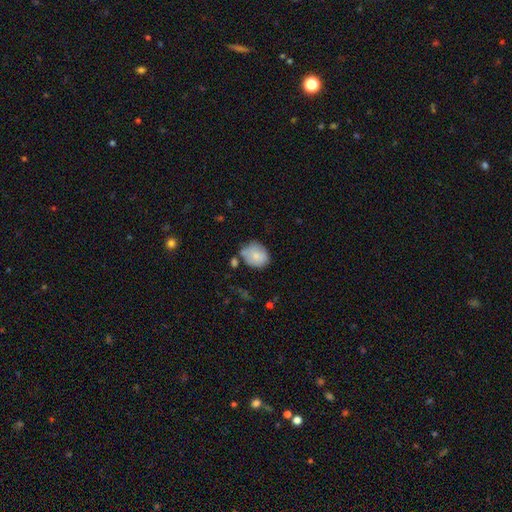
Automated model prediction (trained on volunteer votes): Q: Smooth or featured?
A: smooth (80%); runner-up: featured or disk (12%)
Q: How rounded?
A: round (58%); runner-up: in between (41%)
Q: Merging?
A: none (56%); runner-up: minor disturbance (27%)